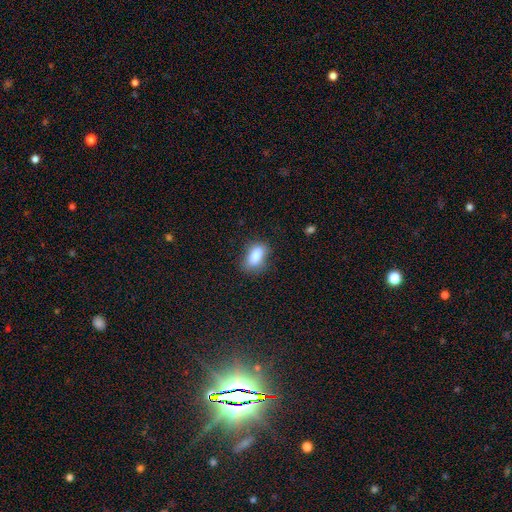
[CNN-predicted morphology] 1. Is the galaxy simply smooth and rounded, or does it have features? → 85% smooth, 8% star or artifact, 7% featured or disk.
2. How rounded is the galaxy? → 86% in between, 8% cigar-shaped, 6% round.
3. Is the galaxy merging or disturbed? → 73% none, 20% minor disturbance, 6% major disturbance, 2% merger.